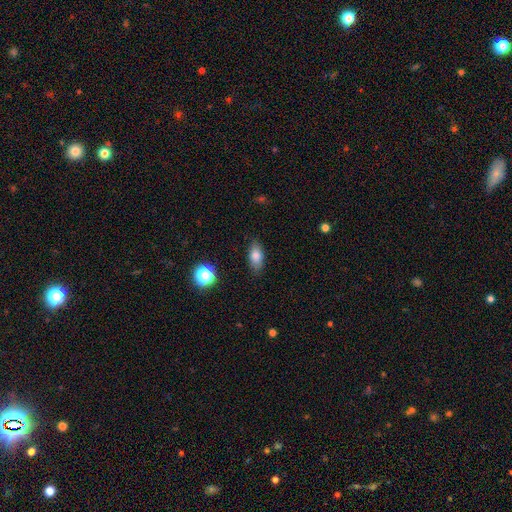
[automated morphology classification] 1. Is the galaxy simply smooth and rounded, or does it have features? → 80% smooth, 11% featured or disk, 9% star or artifact.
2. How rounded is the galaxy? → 84% in between, 9% cigar-shaped, 7% round.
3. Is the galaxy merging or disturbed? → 84% none, 12% minor disturbance, 3% major disturbance, 1% merger.